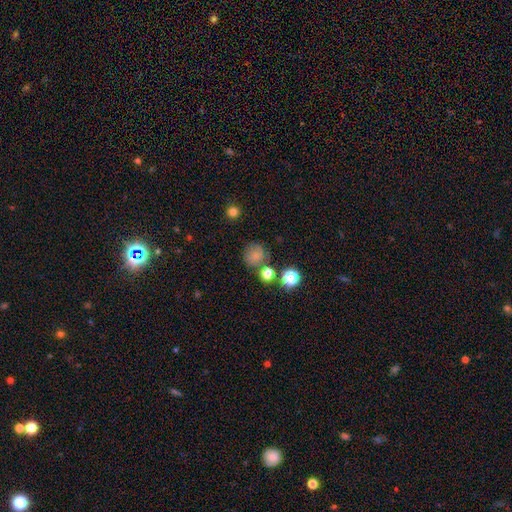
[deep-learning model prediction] smooth 72%, star or artifact 17%, featured or disk 11%. Down the decision tree: how rounded — round (89%); merging — none (71%).